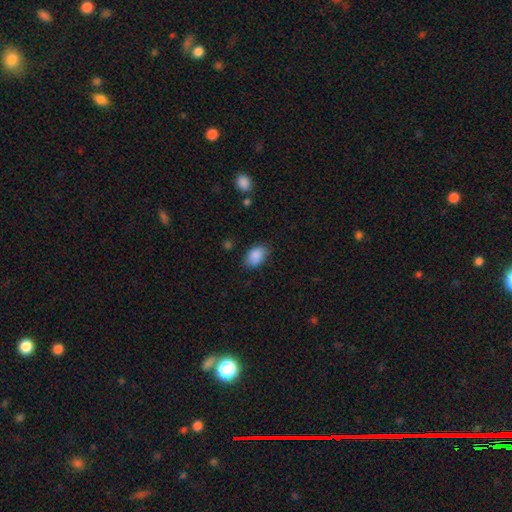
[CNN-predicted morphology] Overall: smooth (88%). How rounded: in between (85%). Merging: none (78%).